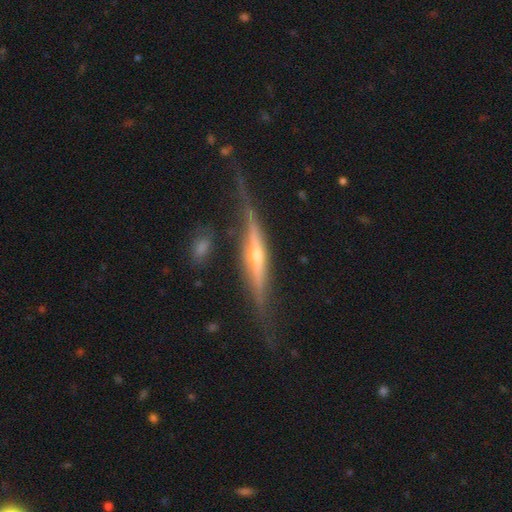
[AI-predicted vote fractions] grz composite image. It shows a featured or disk galaxy (84%) viewed edge-on (95%) with a rounded central bulge (80%). Merging: none (67%).